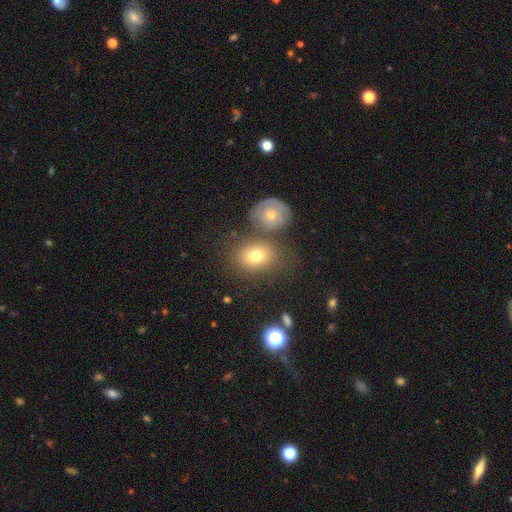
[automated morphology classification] A smooth galaxy with no disk features (73%) that is round (50%). Merging: none (61%).